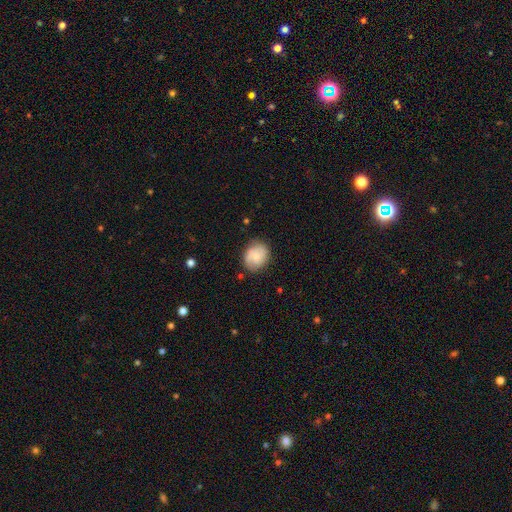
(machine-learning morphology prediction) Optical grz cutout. It shows a smooth galaxy with no disk features (67%) that is round (62%). Merging: none (76%).